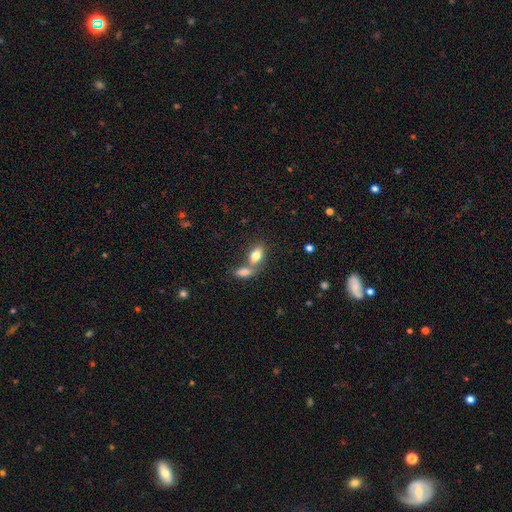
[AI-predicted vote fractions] smooth 80%, featured or disk 12%, star or artifact 8%. Down the decision tree: how rounded — in between (87%); merging — merger (49%).